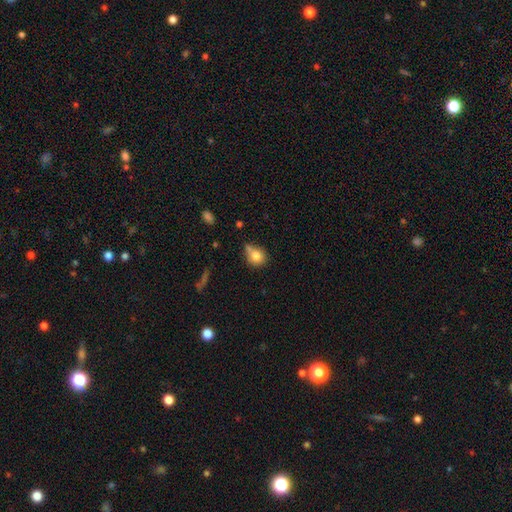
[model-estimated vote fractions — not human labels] Q: Smooth or featured?
A: smooth (78%); runner-up: featured or disk (12%)
Q: How rounded?
A: round (71%); runner-up: in between (28%)
Q: Merging?
A: none (46%); runner-up: minor disturbance (30%)